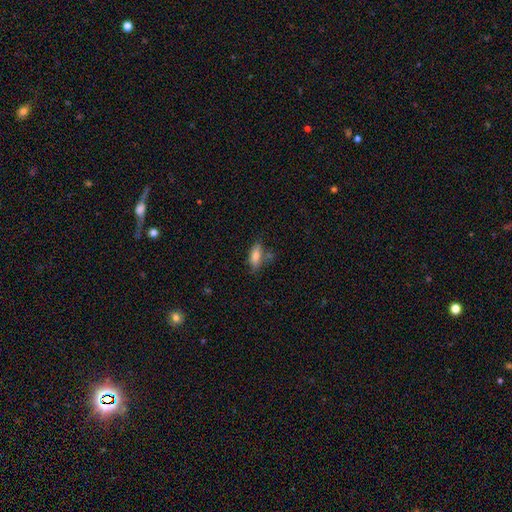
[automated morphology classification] Smooth or featured? Predicted: smooth (p=0.74). How rounded? Predicted: in between (p=0.64). Merging? Predicted: none (p=0.61).